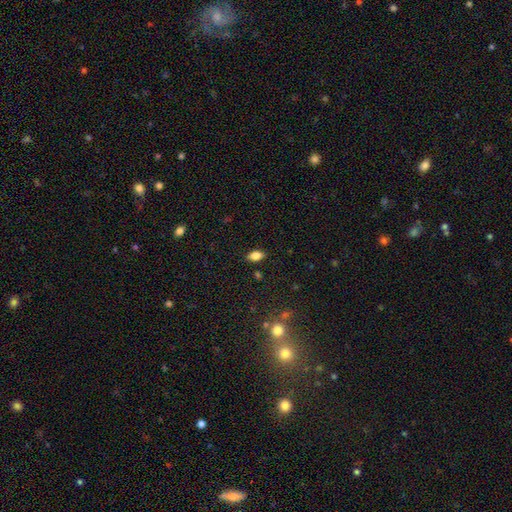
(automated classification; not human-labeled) smooth_or_featured: smooth (p=0.81) [alt: star or artifact p=0.10]
how_rounded: in between (p=0.89) [alt: round p=0.06]
merging: none (p=0.86) [alt: minor disturbance p=0.10]